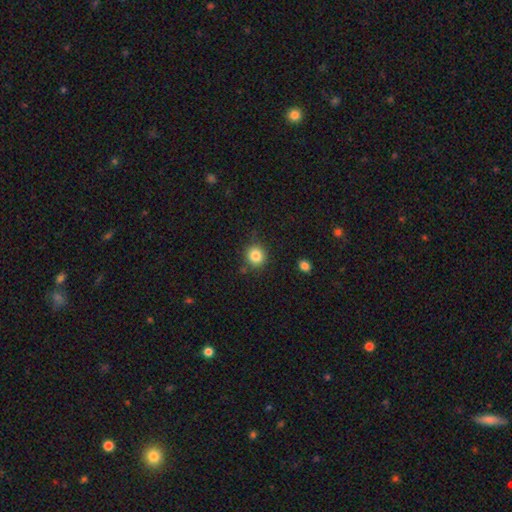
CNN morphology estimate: Q: Smooth or featured?
A: smooth (83%); runner-up: star or artifact (11%)
Q: How rounded?
A: round (88%); runner-up: in between (11%)
Q: Merging?
A: none (84%); runner-up: minor disturbance (10%)